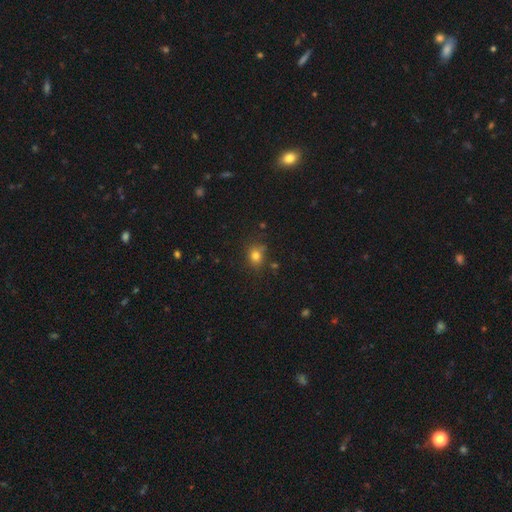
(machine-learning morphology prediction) The model was most divided on "how rounded": round: 65%, in between: 34%, cigar-shaped: 1%. More confident: smooth or featured — smooth (78%); merging — none (75%).